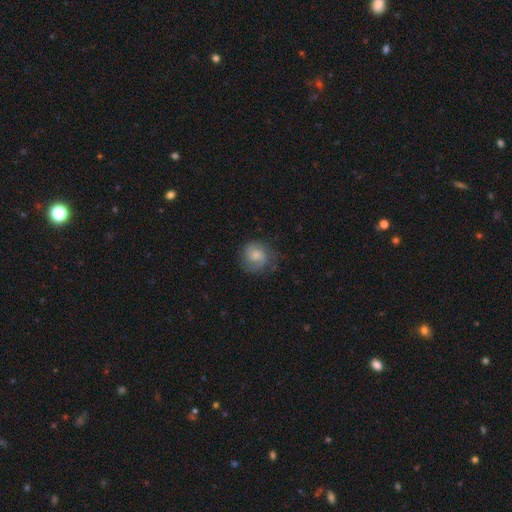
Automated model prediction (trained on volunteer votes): Smooth or featured: featured or disk — 49% (smooth — 39%)
Merging: none — 75% (minor disturbance — 17%)